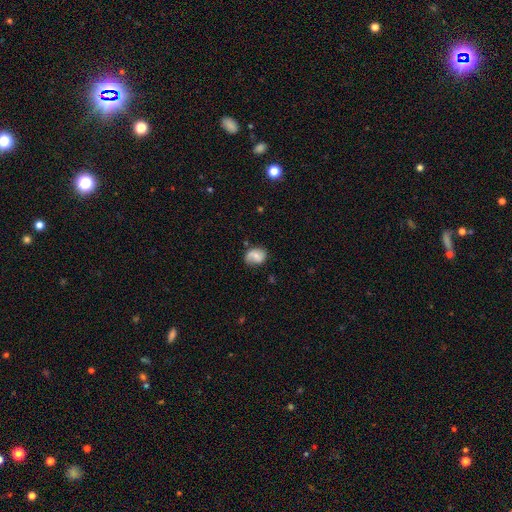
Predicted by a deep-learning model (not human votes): This appears to be a smooth galaxy with no disk features (46%). Merging: none (62%).